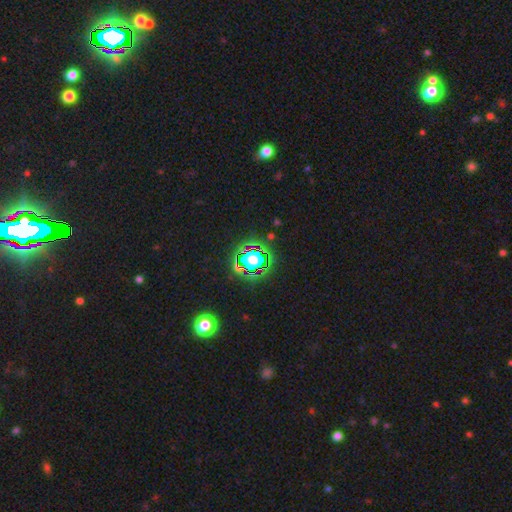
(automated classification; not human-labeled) Smooth or featured: star or artifact — 82% (smooth — 10%)